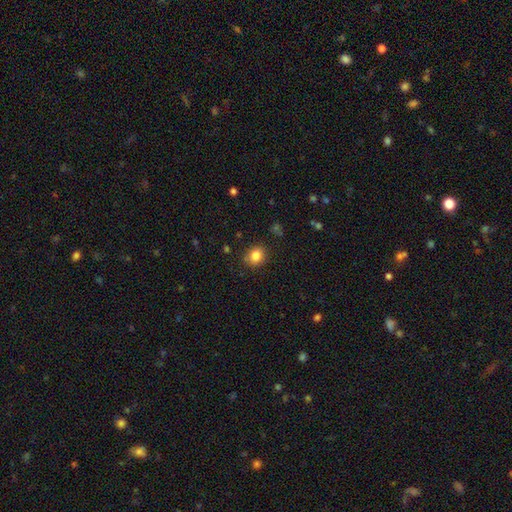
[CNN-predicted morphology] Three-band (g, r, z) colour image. It shows a smooth galaxy with no disk features (83%) that is round (76%). Merging: none (85%).